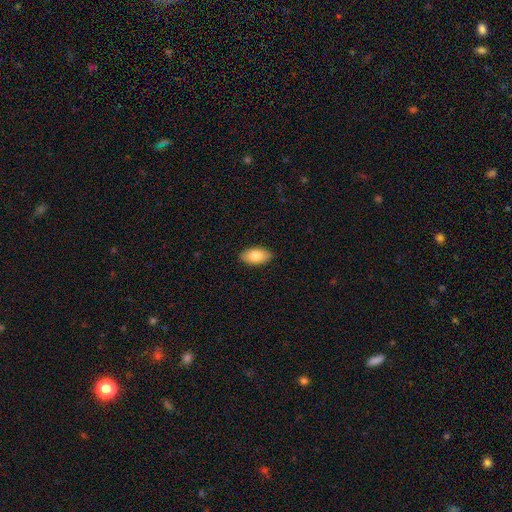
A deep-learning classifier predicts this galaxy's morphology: type=smooth (82%); roundness=in between (95%); merging=none (89%).